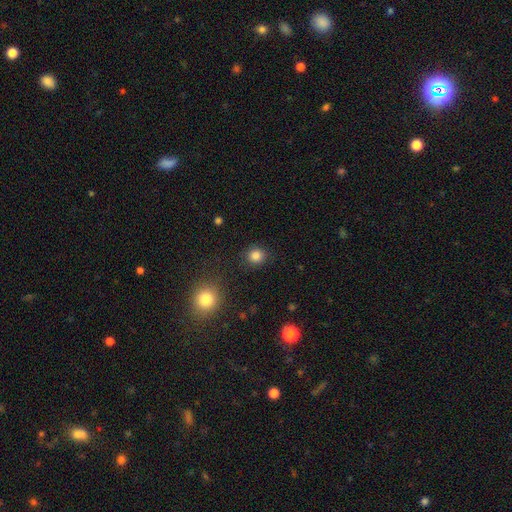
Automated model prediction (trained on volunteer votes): Smooth or featured? Predicted: smooth (p=0.84). How rounded? Predicted: round (p=0.88). Merging? Predicted: none (p=0.88).